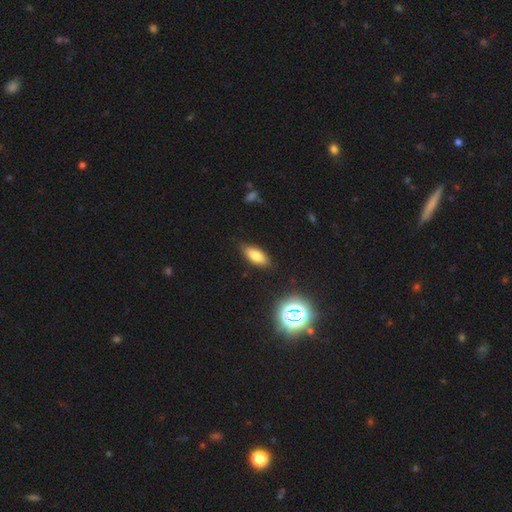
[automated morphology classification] This appears to be a smooth galaxy with no disk features (77%) that is in between round and cigar-shaped (81%). Merging: none (83%).